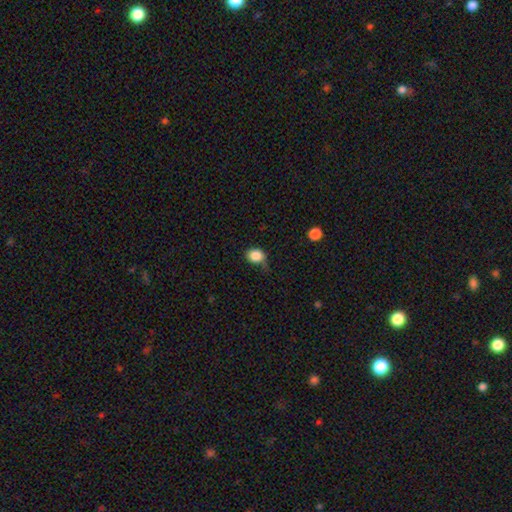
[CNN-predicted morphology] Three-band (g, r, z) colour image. It shows a smooth galaxy with no disk features (85%) that is round (67%). Merging: none (54%).